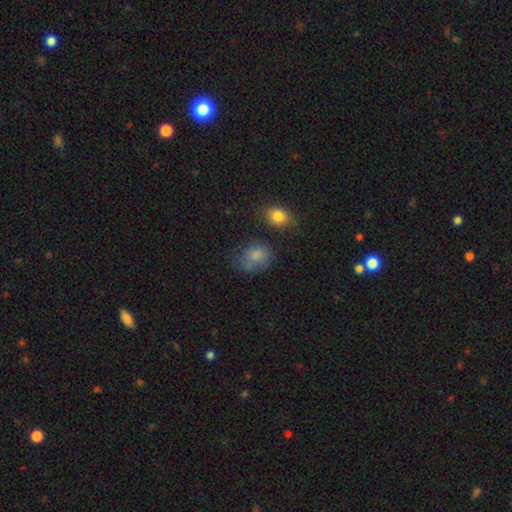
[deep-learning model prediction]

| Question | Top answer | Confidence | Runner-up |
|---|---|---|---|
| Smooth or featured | smooth | 78% | star or artifact (11%) |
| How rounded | round | 55% | in between (44%) |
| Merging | none | 48% | minor disturbance (28%) |